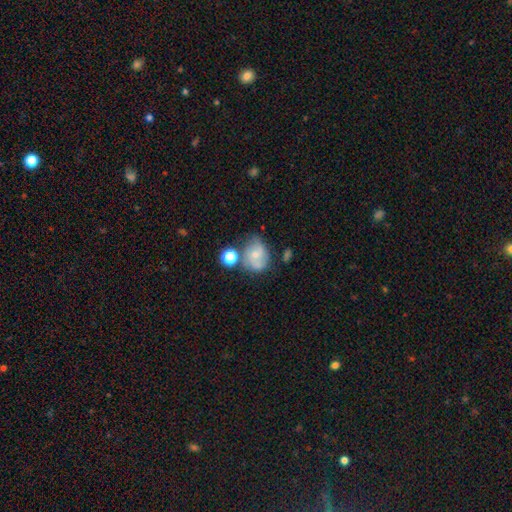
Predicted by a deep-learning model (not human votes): Smooth or featured? smooth (47%)
Merging? none (47%)